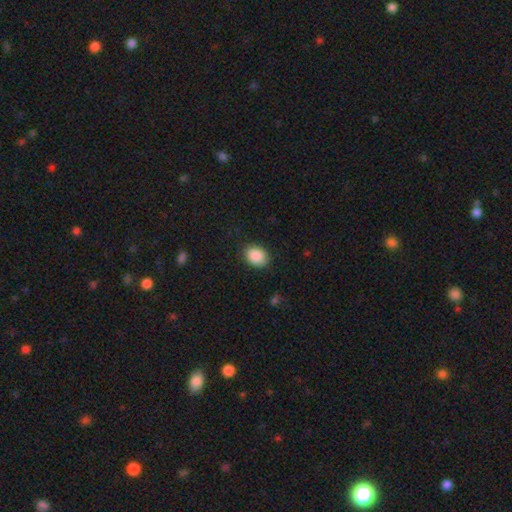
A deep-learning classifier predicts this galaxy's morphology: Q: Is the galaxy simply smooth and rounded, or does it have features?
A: smooth — 89%.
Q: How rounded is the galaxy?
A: in between — 67%.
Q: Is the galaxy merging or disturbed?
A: none — 85%.